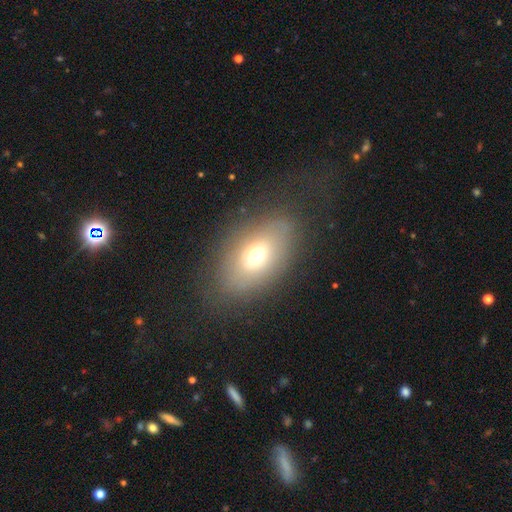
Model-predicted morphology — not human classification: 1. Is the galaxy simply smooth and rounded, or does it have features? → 63% smooth, 24% featured or disk, 14% star or artifact.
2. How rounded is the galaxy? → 81% in between, 16% round, 3% cigar-shaped.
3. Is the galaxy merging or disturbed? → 76% none, 14% minor disturbance, 8% major disturbance, 1% merger.